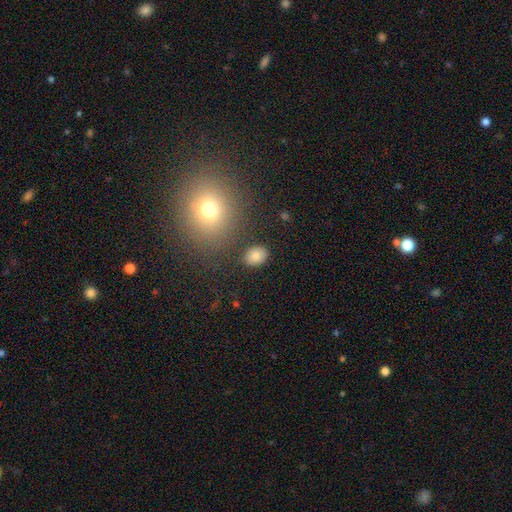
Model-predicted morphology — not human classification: Q: Smooth or featured?
A: smooth (82%); runner-up: star or artifact (10%)
Q: How rounded?
A: in between (64%); runner-up: round (35%)
Q: Merging?
A: none (84%); runner-up: minor disturbance (10%)